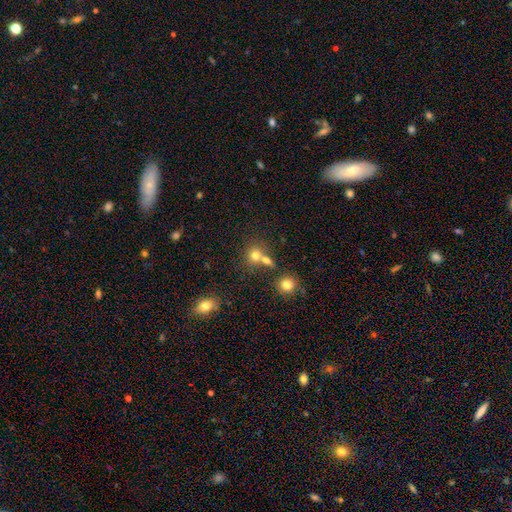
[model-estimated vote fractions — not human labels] Smooth or featured: smooth — 75% (star or artifact — 15%)
How rounded: round — 78% (in between — 21%)
Merging: none — 49% (merger — 39%)